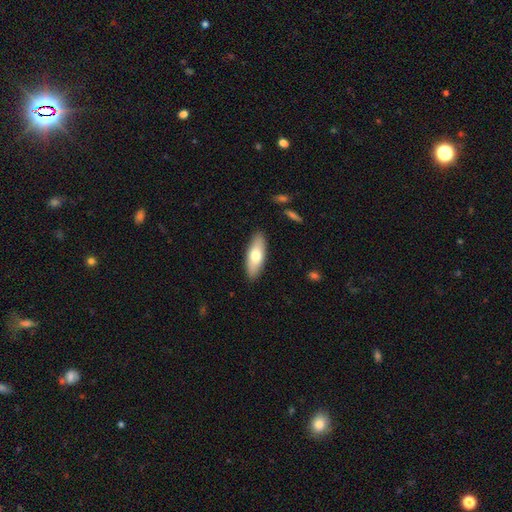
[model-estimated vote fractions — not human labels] Smooth or featured? smooth (70%)
How rounded? in between (67%)
Merging? none (89%)